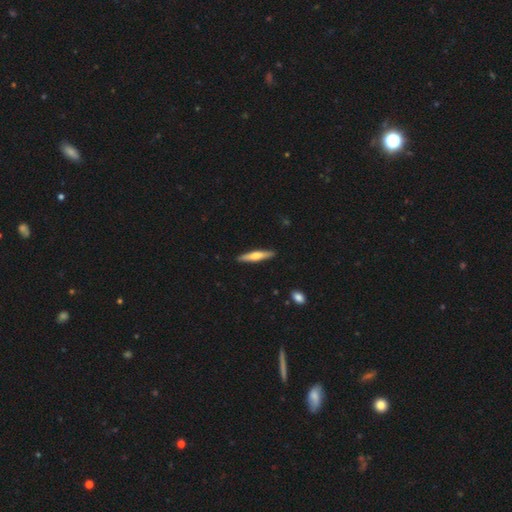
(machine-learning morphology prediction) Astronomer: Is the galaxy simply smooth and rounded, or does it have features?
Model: smooth — 50% (runner-up: featured or disk, 45%).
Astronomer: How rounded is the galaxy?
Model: cigar-shaped — 88%.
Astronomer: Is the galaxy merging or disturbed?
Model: none — 91%.